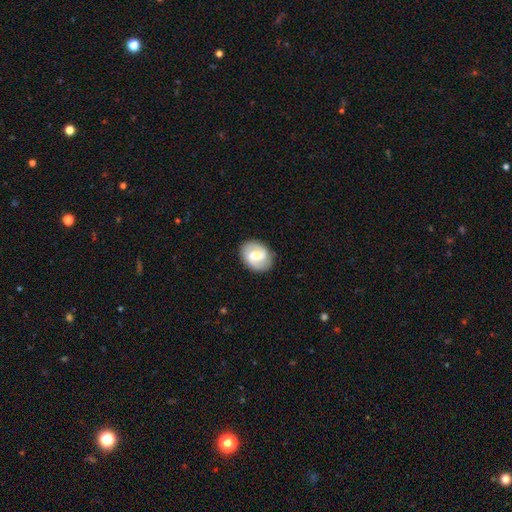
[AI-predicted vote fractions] A featured or disk galaxy (68%) with a weak bar (53%), 2 (87%) medium (44%) spiral arms (85%) and a moderate central bulge (57%). Merging: none (85%).